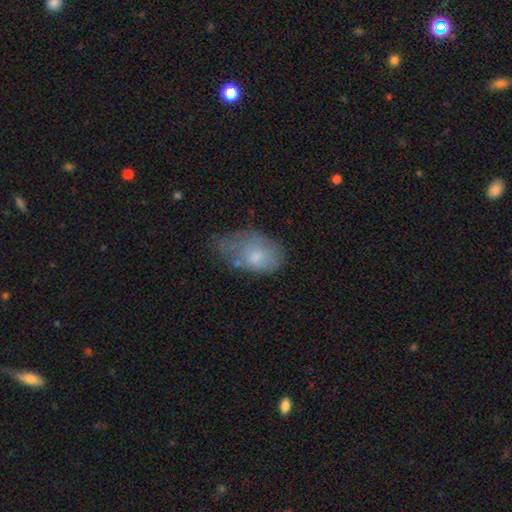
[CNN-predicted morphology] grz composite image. It shows a smooth galaxy with no disk features (66%) that is in between round and cigar-shaped (89%). Merging: minor disturbance (40%).